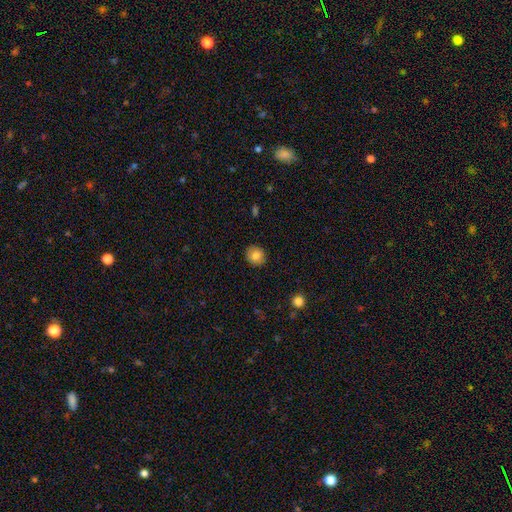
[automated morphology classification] Overall: smooth (80%). How rounded: round (86%). Merging: none (90%).